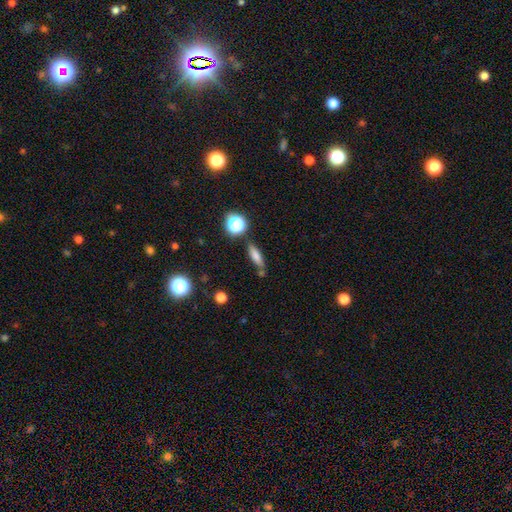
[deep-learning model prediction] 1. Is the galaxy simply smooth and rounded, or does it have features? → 71% smooth, 15% featured or disk, 13% star or artifact.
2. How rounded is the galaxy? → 54% cigar-shaped, 39% in between, 7% round.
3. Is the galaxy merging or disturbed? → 71% none, 15% minor disturbance, 10% merger, 4% major disturbance.